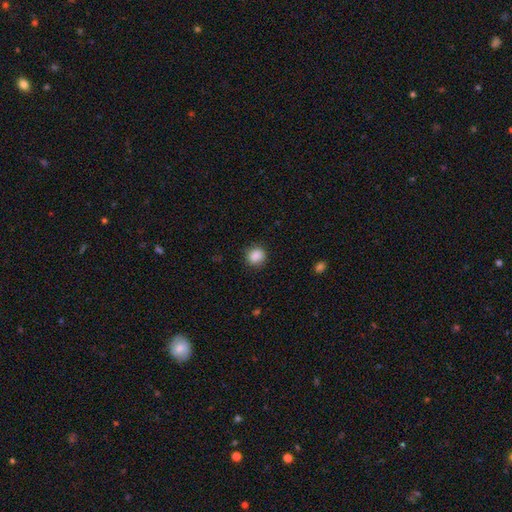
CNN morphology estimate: Smooth or featured? smooth (88%)
How rounded? round (85%)
Merging? none (87%)